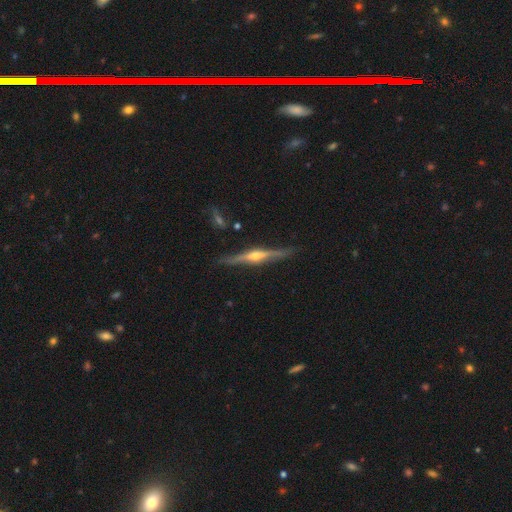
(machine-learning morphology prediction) This appears to be a featured or disk galaxy (82%) viewed edge-on (98%) with a rounded central bulge (90%). Merging: none (88%).